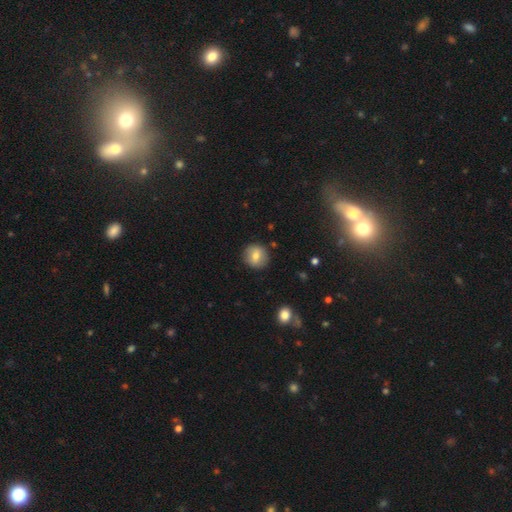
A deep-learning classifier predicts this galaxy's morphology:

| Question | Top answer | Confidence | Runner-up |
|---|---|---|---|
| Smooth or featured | smooth | 73% | featured or disk (18%) |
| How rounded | round | 90% | in between (9%) |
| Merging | none | 88% | minor disturbance (8%) |